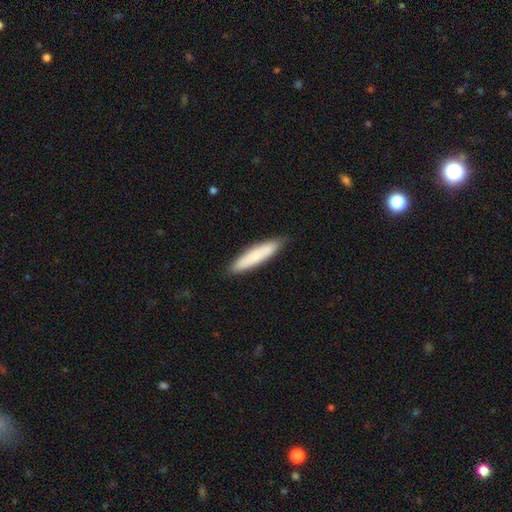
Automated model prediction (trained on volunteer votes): Overall: smooth (76%). How rounded: cigar-shaped (84%). Merging: none (86%).